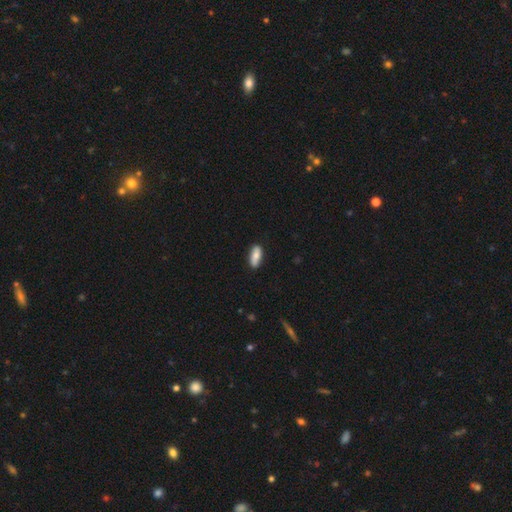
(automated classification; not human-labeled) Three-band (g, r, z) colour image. It shows a smooth galaxy with no disk features (76%) that is in between round and cigar-shaped (80%). Merging: none (85%).